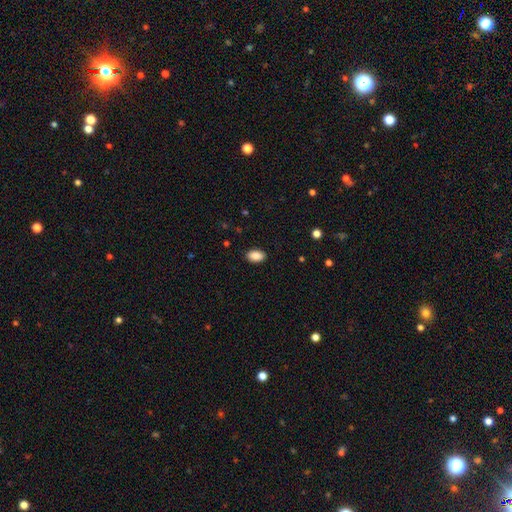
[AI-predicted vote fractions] Q: Smooth or featured?
A: smooth (90%); runner-up: star or artifact (7%)
Q: How rounded?
A: in between (90%); runner-up: round (9%)
Q: Merging?
A: none (89%); runner-up: minor disturbance (8%)